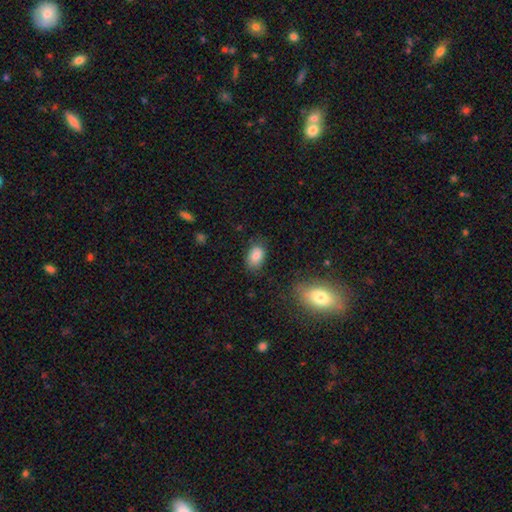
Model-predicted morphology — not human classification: type=smooth (84%); roundness=in between (86%); merging=none (78%).